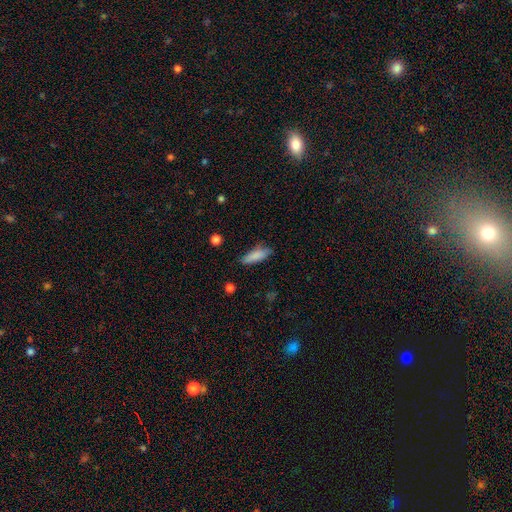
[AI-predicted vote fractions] smooth_or_featured: smooth (p=0.84) [alt: featured or disk p=0.09]
how_rounded: in between (p=0.54) [alt: cigar-shaped p=0.44]
merging: none (p=0.73) [alt: minor disturbance p=0.21]